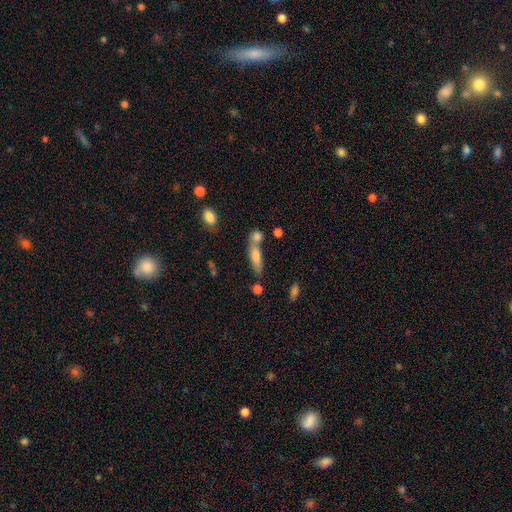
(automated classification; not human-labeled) Overall: smooth (63%; featured or disk 26%). How rounded: cigar-shaped (59%; in between 38%). Merging: none (49%; merger 33%).